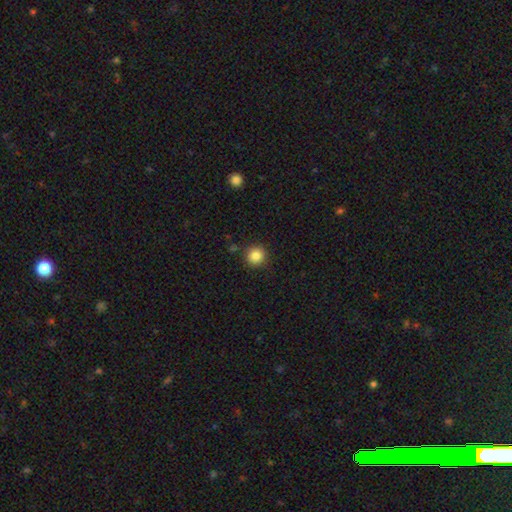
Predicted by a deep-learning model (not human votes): smooth_or_featured: smooth (p=0.85) [alt: star or artifact p=0.10]
how_rounded: round (p=0.94) [alt: in between p=0.05]
merging: none (p=0.88) [alt: minor disturbance p=0.07]